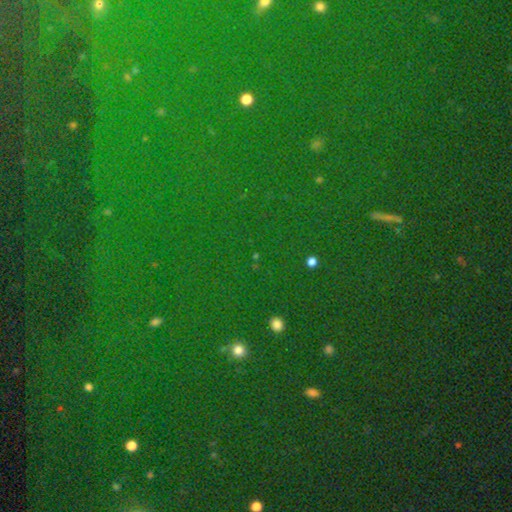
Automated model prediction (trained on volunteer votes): Smooth or featured: star or artifact — 80% (smooth — 12%)